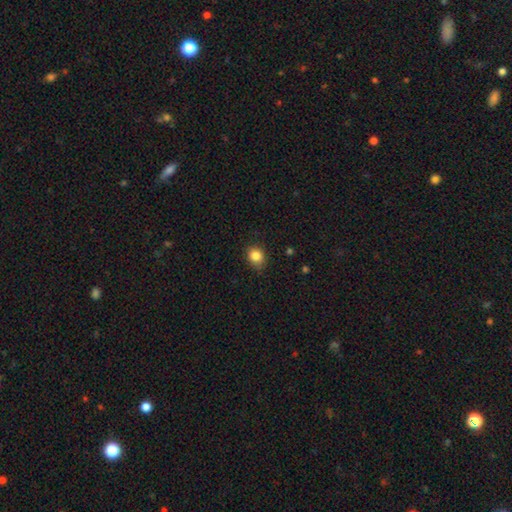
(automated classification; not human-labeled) This appears to be a smooth galaxy with no disk features (85%) that is round (70%). Merging: none (77%).